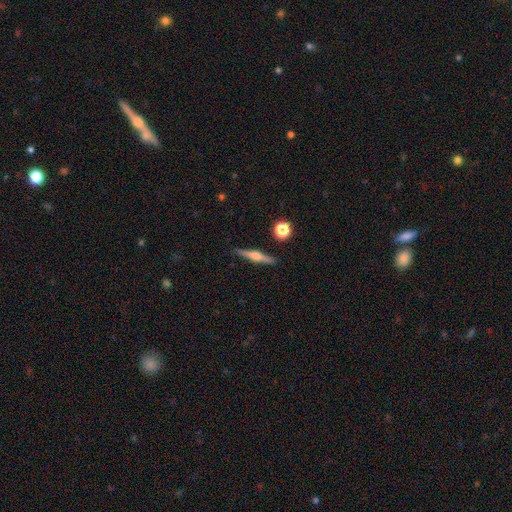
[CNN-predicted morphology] Smooth or featured: featured or disk — 67% (smooth — 27%)
Edge-on disk: yes — 97% (no — 3%)
Edge-on bulge: rounded — 90% (boxy — 6%)
Merging: none — 89% (minor disturbance — 7%)